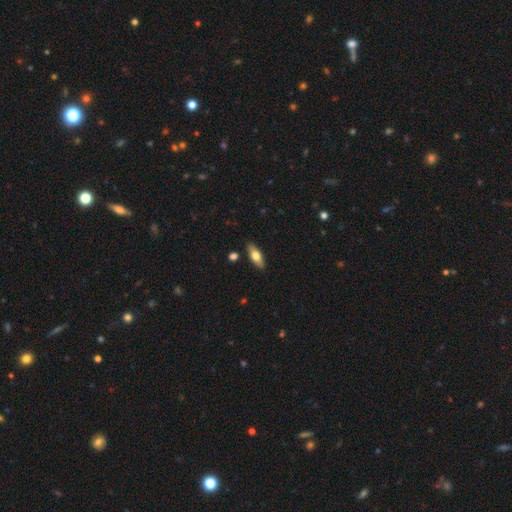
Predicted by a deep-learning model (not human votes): This appears to be a smooth galaxy with no disk features (66%) that is in between round and cigar-shaped (73%). Merging: none (88%).